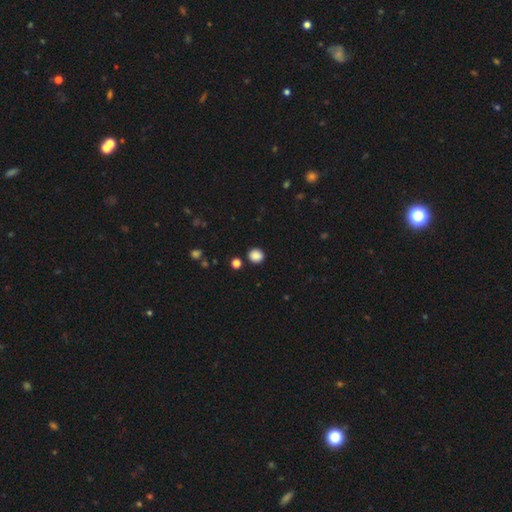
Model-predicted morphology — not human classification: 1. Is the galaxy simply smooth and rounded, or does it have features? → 87% smooth, 10% star or artifact, 3% featured or disk.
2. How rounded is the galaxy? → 86% round, 13% in between, 1% cigar-shaped.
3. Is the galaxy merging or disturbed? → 88% none, 7% minor disturbance, 3% merger, 2% major disturbance.